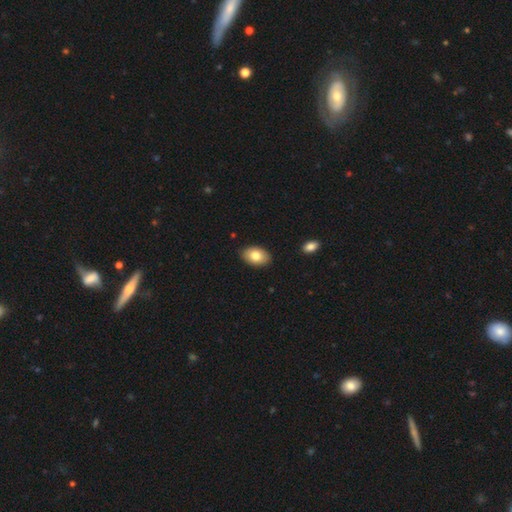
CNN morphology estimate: Smooth or featured?
  - smooth: 80% *
  - featured or disk: 13%
  - star or artifact: 7%
How rounded?
  - in between: 88% *
  - round: 11%
  - cigar-shaped: 1%
Merging?
  - none: 88% *
  - minor disturbance: 9%
  - major disturbance: 2%
  - merger: 1%